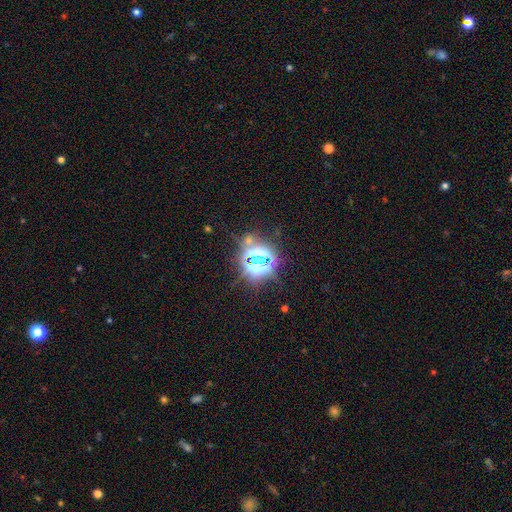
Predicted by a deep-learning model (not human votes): smooth_or_featured: star or artifact (p=0.80) [alt: smooth p=0.13]